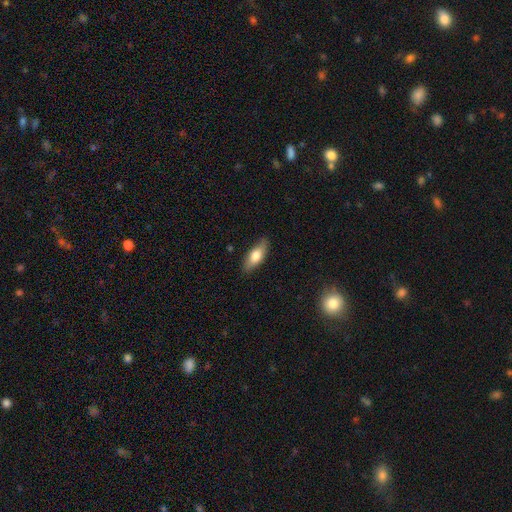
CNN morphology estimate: The model was most divided on "how rounded": in between: 72%, cigar-shaped: 25%, round: 3%. More confident: merging — none (84%); smooth or featured — smooth (71%).